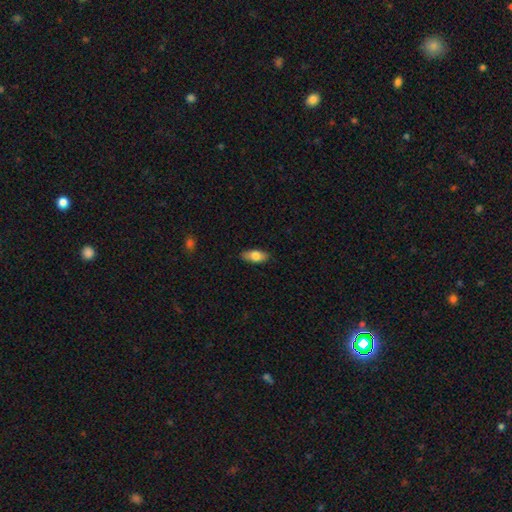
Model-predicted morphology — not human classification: This is likely a smooth galaxy (77%). How rounded: clearly in between (86%). Merging: clearly none (86%).